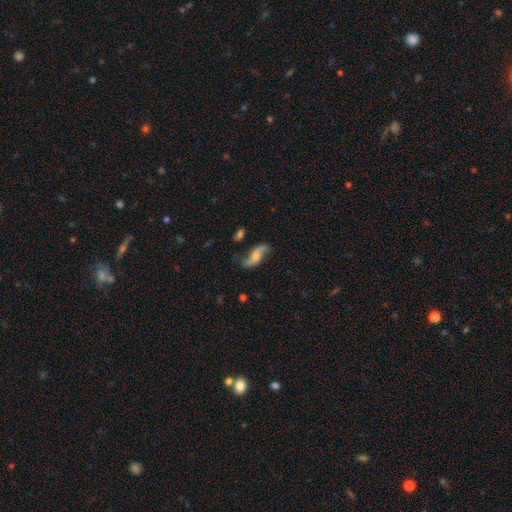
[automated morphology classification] featured or disk 67%, smooth 25%, star or artifact 8%. Down the decision tree: edge-on disk — no (91%); bar — no (58%); spiral arms — yes (92%); spiral arm count — 2 (91%); spiral winding — loose (84%); bulge size — small (32%); merging — none (66%).